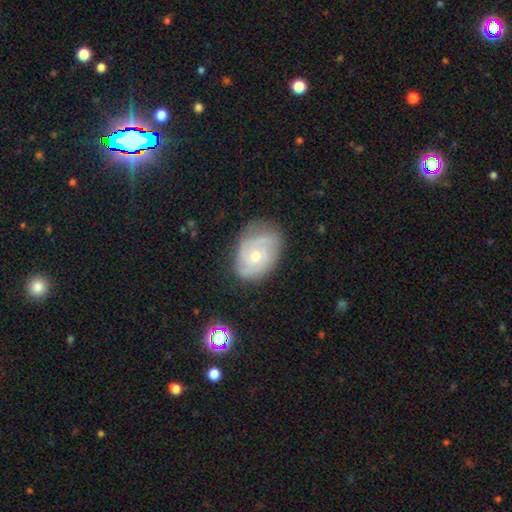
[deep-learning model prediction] Smooth or featured?
  - featured or disk: 69% *
  - smooth: 24%
  - star or artifact: 7%
Edge-on disk?
  - no: 96% *
  - yes: 4%
Bar?
  - no: 75% *
  - weak: 22%
  - strong: 3%
Spiral arms?
  - yes: 87% *
  - no: 13%
Spiral winding?
  - tight: 54% *
  - medium: 35%
  - loose: 11%
Spiral arm count?
  - can't tell: 34% *
  - 2: 29%
  - 3: 23%
  - 4: 5%
  - 1: 5%
  - more than 4: 3%
Bulge size?
  - moderate: 54% *
  - small: 41%
  - large: 2%
  - none: 1%
  - dominant: 1%
Merging?
  - none: 63% *
  - minor disturbance: 27%
  - major disturbance: 9%
  - merger: 2%